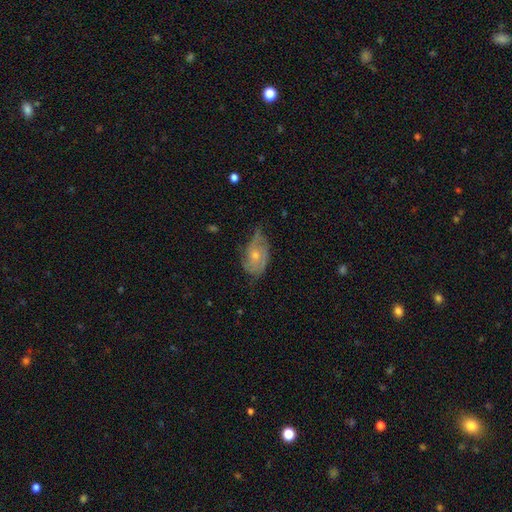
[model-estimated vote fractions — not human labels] A featured or disk galaxy (60%) with no bar (79%), spiral arms (76%) and a small central bulge (51%).

Vote fractions:
- Smooth or featured? featured or disk: 60% / smooth: 33% / star or artifact: 7%
- Edge-on disk? no: 94% / yes: 6%
- Bar? no: 79% / weak: 18% / strong: 3%
- Spiral arms? yes: 76% / no: 24%
- Bulge size? small: 51% / moderate: 44% / none: 2% / large: 2% / dominant: 1%
- Merging? none: 48% / minor disturbance: 37% / major disturbance: 14% / merger: 2%